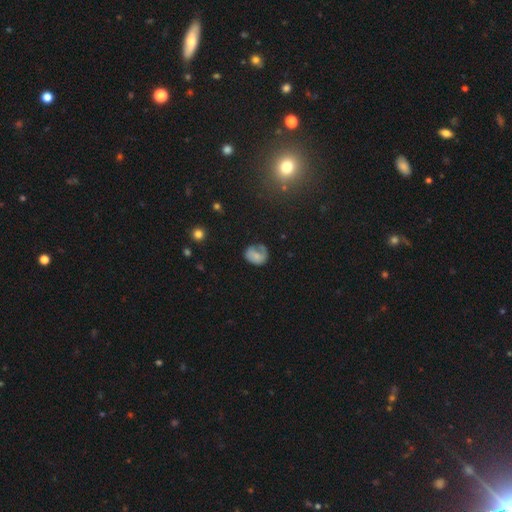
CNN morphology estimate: This is possibly a smooth galaxy (60%). How rounded: possibly round (53%). Merging: possibly none (46%).